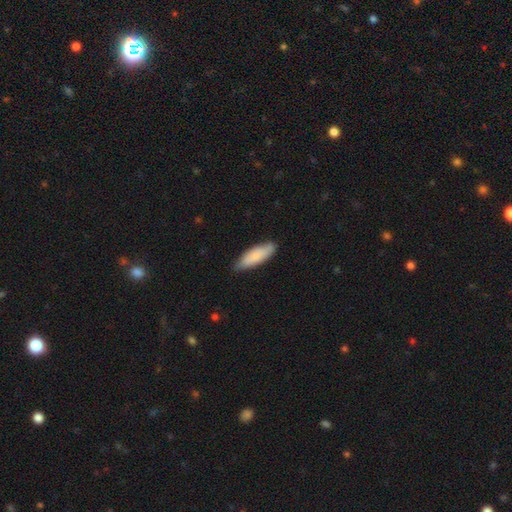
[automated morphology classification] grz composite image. It shows a smooth galaxy with no disk features (80%) that is in between round and cigar-shaped (55%). Merging: none (78%).